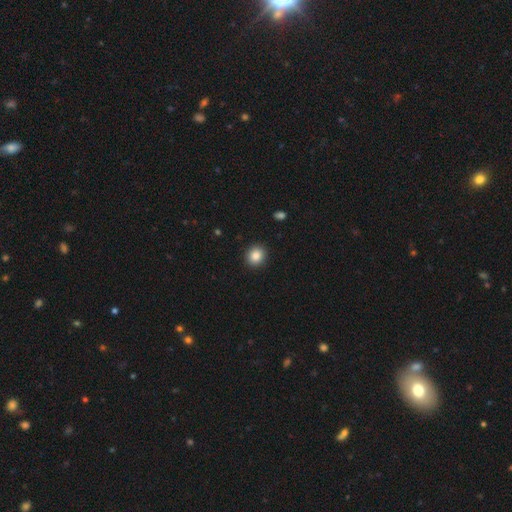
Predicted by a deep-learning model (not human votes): smooth_or_featured: smooth (p=0.86) [alt: star or artifact p=0.09]
how_rounded: round (p=0.82) [alt: in between p=0.17]
merging: none (p=0.92) [alt: minor disturbance p=0.05]